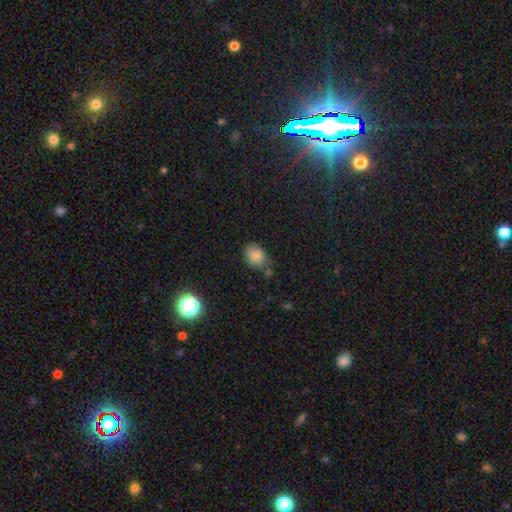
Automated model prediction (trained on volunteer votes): Morphology: type=smooth (83%); roundness=in between (69%); merging=none (65%).